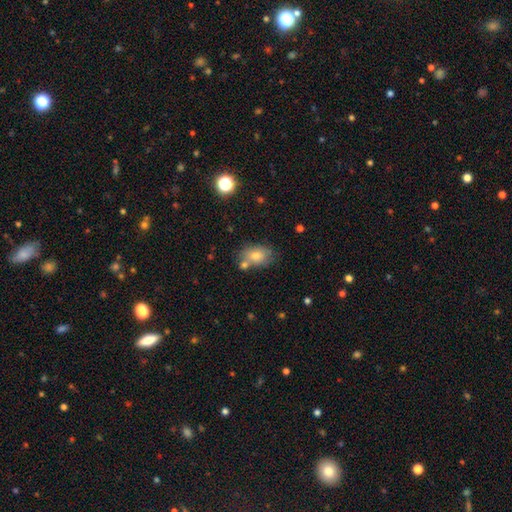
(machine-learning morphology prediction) Overall: smooth (73%). How rounded: in between (73%). Merging: none (65%).